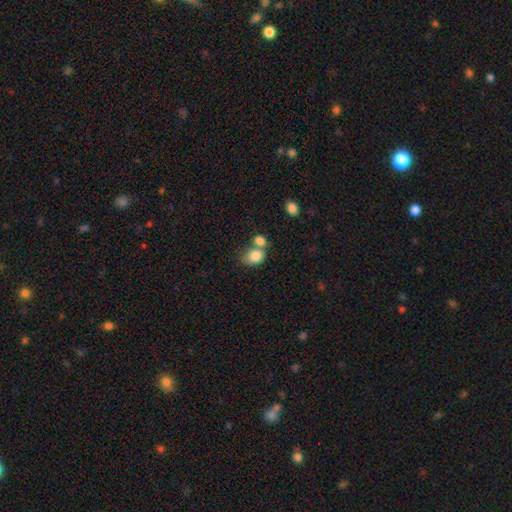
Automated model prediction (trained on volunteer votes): Morphology: type=smooth (83%); roundness=in between (57%); merging=merger (48%).